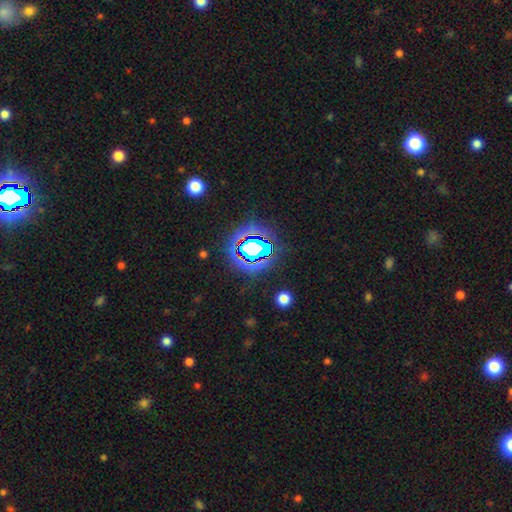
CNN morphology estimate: A star or artifact, not a galaxy (80%).

Vote fractions:
- Smooth or featured? star or artifact: 80% / smooth: 13% / featured or disk: 7%